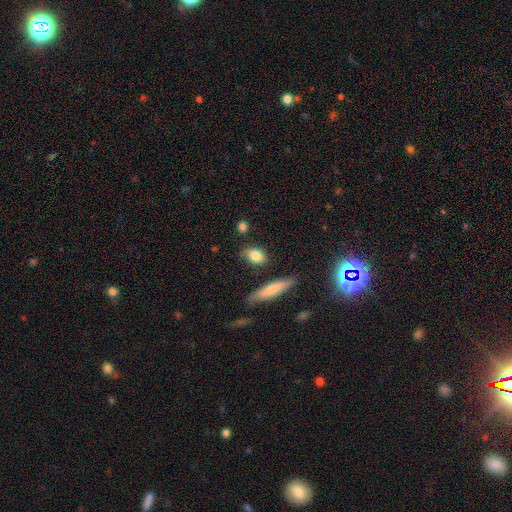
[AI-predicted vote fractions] Smooth or featured? smooth (82%)
How rounded? in between (75%)
Merging? none (75%)